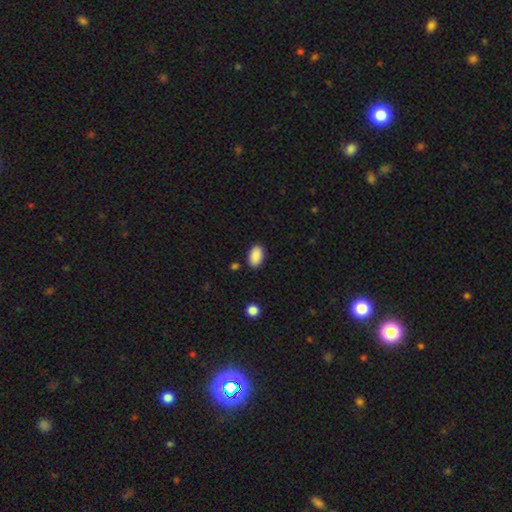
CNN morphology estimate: type=smooth (90%); roundness=in between (92%); merging=none (87%).